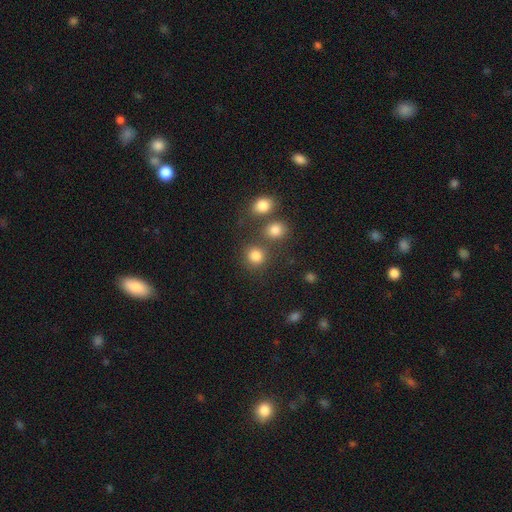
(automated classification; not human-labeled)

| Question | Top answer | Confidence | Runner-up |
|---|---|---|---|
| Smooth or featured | smooth | 82% | star or artifact (13%) |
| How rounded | round | 85% | in between (14%) |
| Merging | none | 68% | merger (17%) |